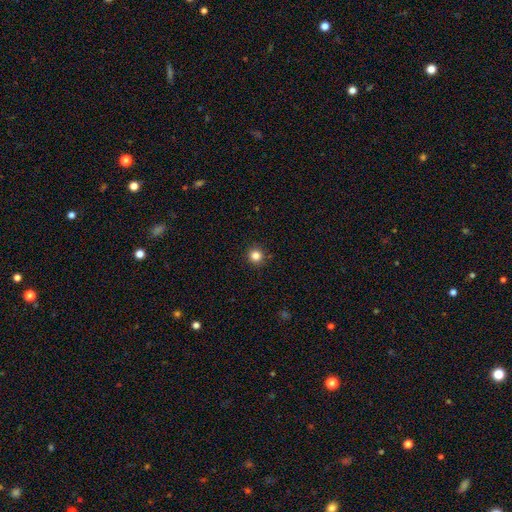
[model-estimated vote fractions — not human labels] This is clearly a smooth galaxy (84%). How rounded: clearly round (94%). Merging: clearly none (92%).